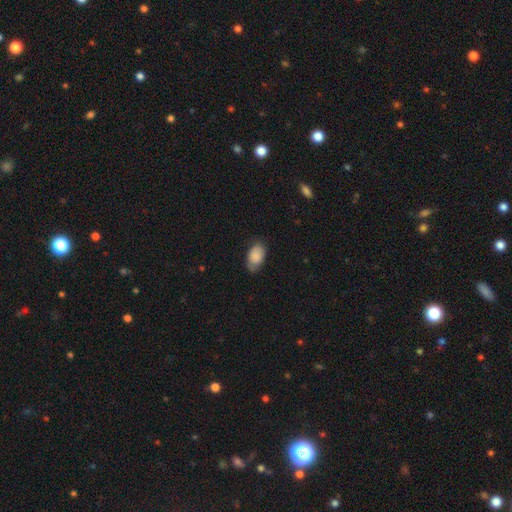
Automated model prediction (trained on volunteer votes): A smooth galaxy with no disk features (85%) that is in between round and cigar-shaped (91%). Merging: none (65%).